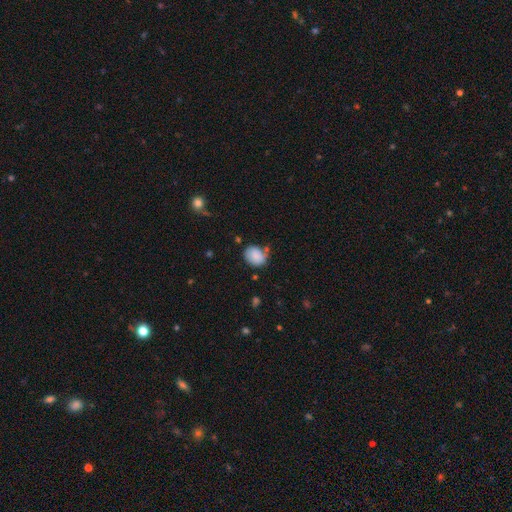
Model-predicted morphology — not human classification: type=smooth (84%); roundness=round (53%); merging=none (61%).